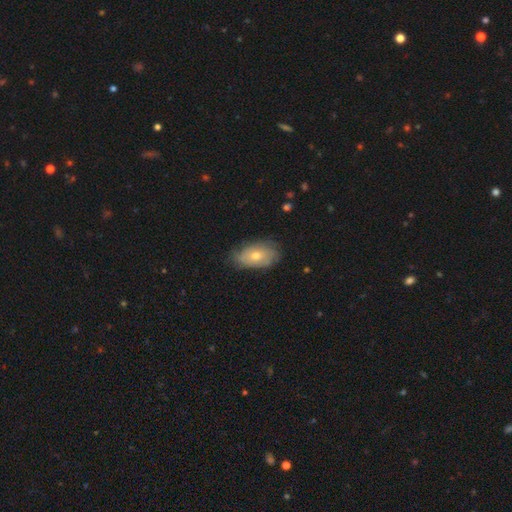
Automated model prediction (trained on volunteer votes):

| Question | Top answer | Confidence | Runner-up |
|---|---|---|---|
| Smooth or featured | smooth | 57% | featured or disk (36%) |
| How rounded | in between | 91% | round (7%) |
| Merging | none | 68% | minor disturbance (25%) |